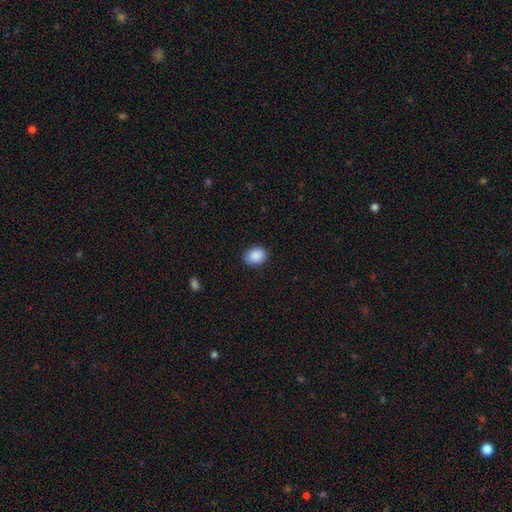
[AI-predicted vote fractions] The model was most divided on "how rounded": in between: 60%, round: 39%, cigar-shaped: 1%. More confident: smooth or featured — smooth (90%); merging — none (87%).